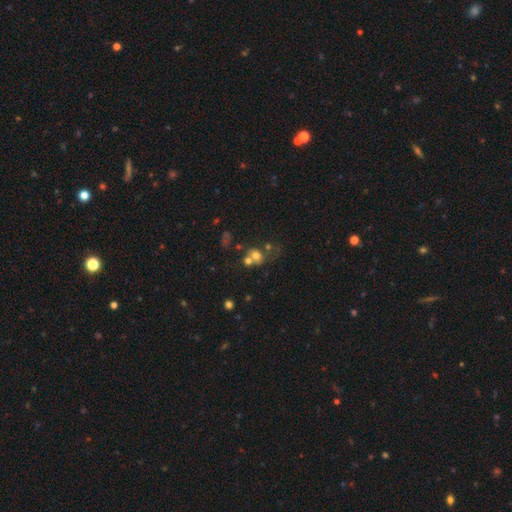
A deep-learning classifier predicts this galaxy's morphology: Overall: smooth (61%; featured or disk 22%). How rounded: round (65%; in between 33%). Merging: merger (50%; none 28%).